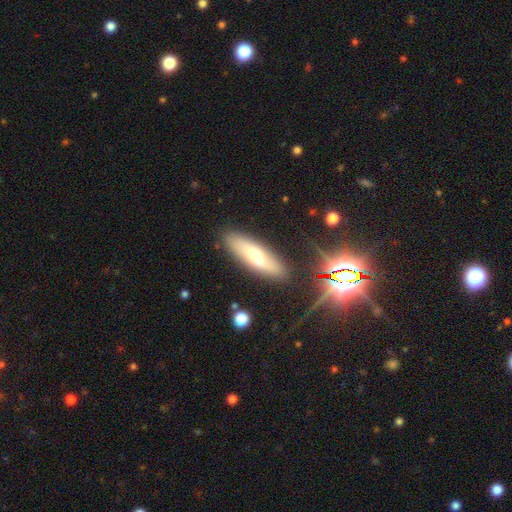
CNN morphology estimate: This appears to be a smooth galaxy with no disk features (54%) that is cigar-shaped (54%). Merging: none (84%).